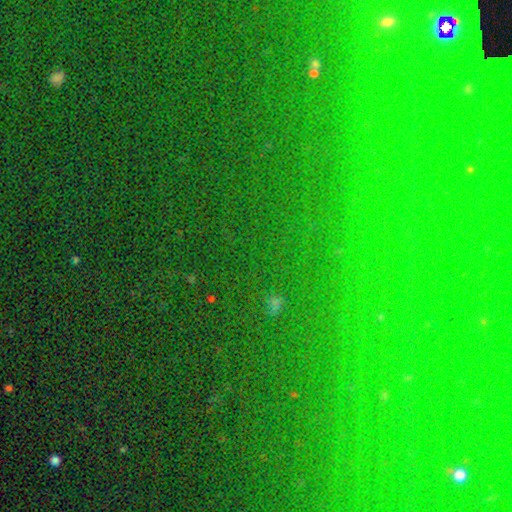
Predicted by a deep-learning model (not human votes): Smooth or featured?
  - star or artifact: 81% *
  - smooth: 11%
  - featured or disk: 8%